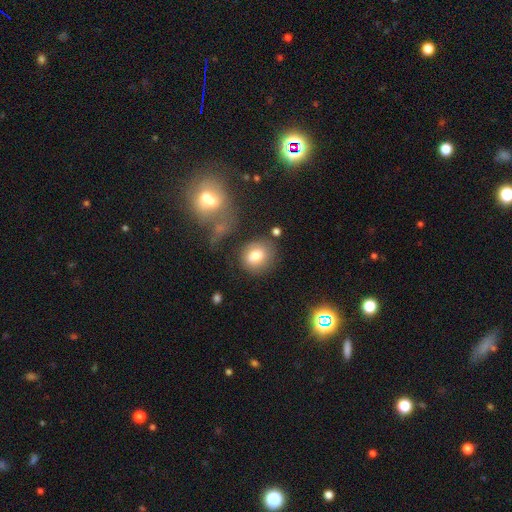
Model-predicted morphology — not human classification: smooth-or-featured: smooth: 79% | featured or disk: 12% | star or artifact: 10%
  how-rounded: round: 73% | in between: 26% | cigar-shaped: 1%
  merging: none: 77% | minor disturbance: 12% | merger: 7% | major disturbance: 5%